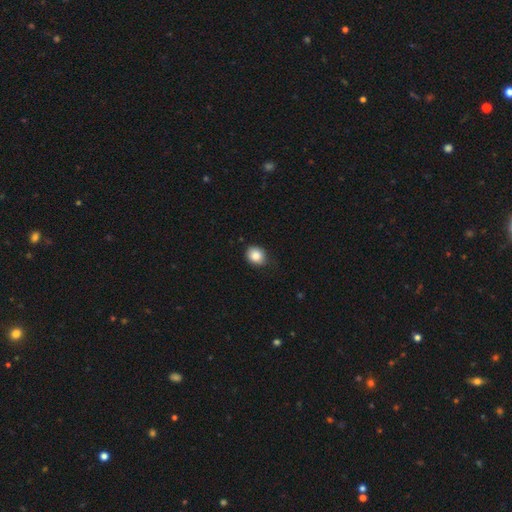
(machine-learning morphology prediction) A smooth galaxy with no disk features (85%) that is round (58%).

Vote fractions:
- Smooth or featured? smooth: 85% / star or artifact: 9% / featured or disk: 6%
- How rounded? round: 58% / in between: 41% / cigar-shaped: 1%
- Merging? none: 80% / minor disturbance: 16% / major disturbance: 2% / merger: 1%